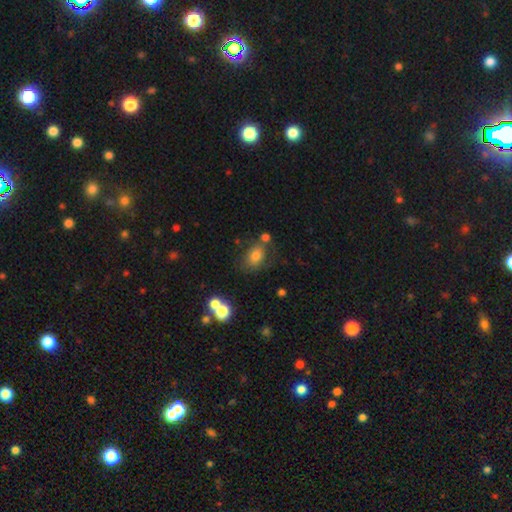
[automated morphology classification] Q: Smooth or featured?
A: smooth (74%); runner-up: featured or disk (14%)
Q: How rounded?
A: in between (73%); runner-up: round (26%)
Q: Merging?
A: none (60%); runner-up: minor disturbance (18%)